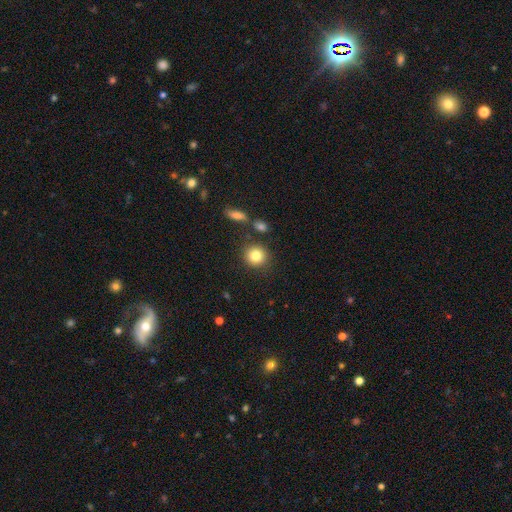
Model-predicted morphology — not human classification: Smooth or featured?
  - smooth: 83% *
  - star or artifact: 9%
  - featured or disk: 7%
How rounded?
  - round: 88% *
  - in between: 11%
  - cigar-shaped: 1%
Merging?
  - none: 83% *
  - minor disturbance: 9%
  - merger: 6%
  - major disturbance: 3%